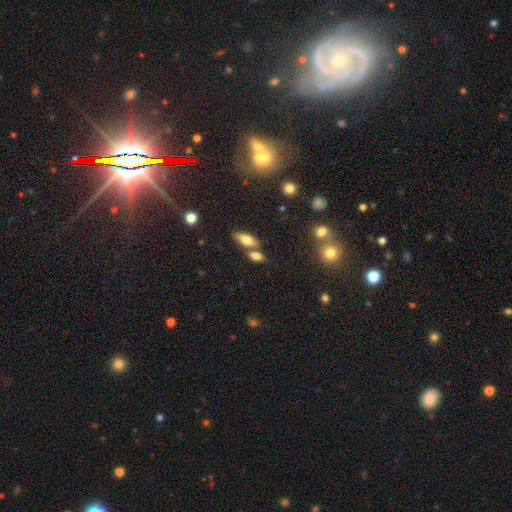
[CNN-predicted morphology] smooth 72%, featured or disk 17%, star or artifact 11%. Down the decision tree: how rounded — in between (75%); merging — none (53%).